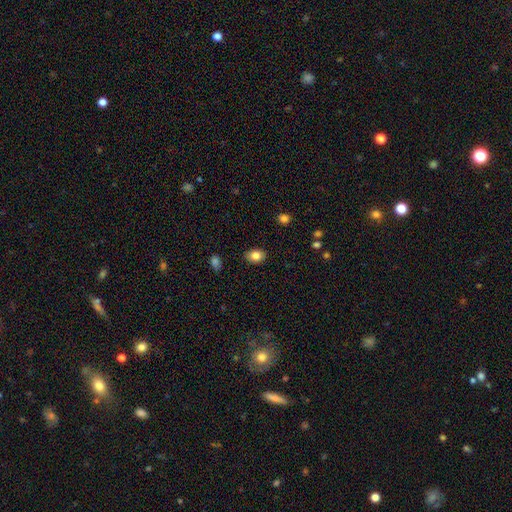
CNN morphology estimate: type=smooth (83%); roundness=in between (72%); merging=none (87%).